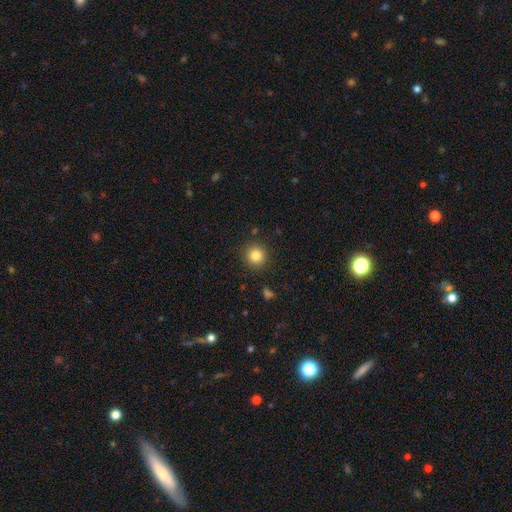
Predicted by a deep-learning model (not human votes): A smooth galaxy with no disk features (83%) that is round (94%). Merging: none (89%).